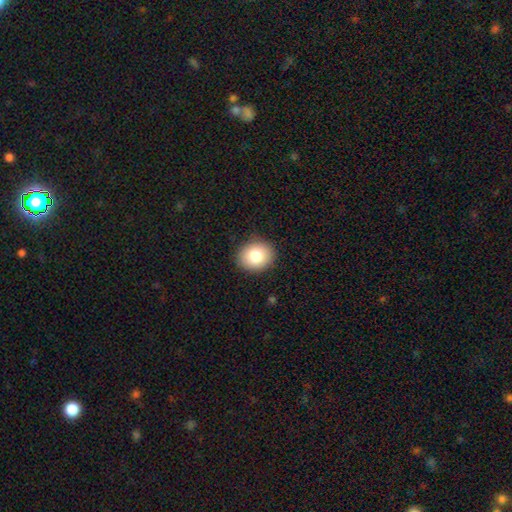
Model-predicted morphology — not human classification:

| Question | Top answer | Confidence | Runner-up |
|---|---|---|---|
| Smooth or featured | smooth | 80% | featured or disk (10%) |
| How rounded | round | 66% | in between (33%) |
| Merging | none | 89% | minor disturbance (8%) |